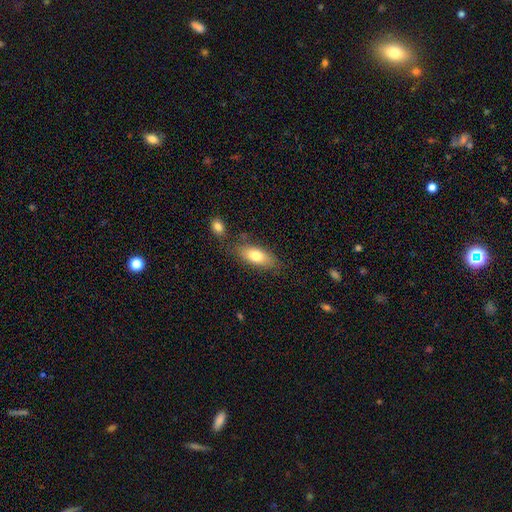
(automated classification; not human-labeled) Smooth or featured? Predicted: smooth (p=0.76). How rounded? Predicted: in between (p=0.80). Merging? Predicted: none (p=0.72).